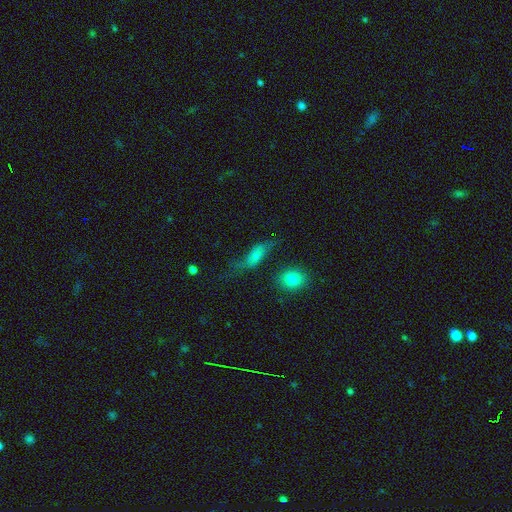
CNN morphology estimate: smooth 53%, featured or disk 34%, star or artifact 13%. Down the decision tree: how rounded — in between (68%); merging — none (45%).